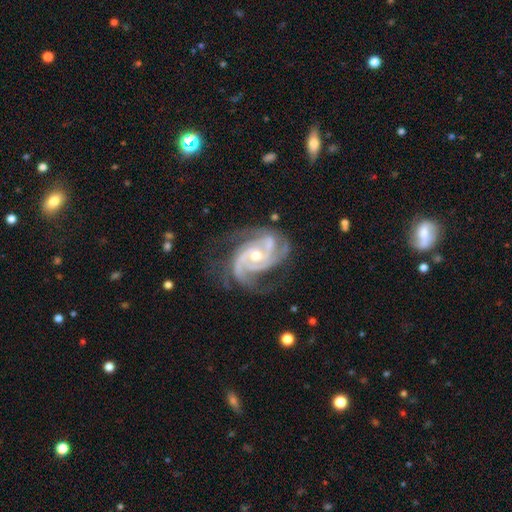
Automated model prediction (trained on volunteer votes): Morphology: type=featured or disk (93%); edge-on=no (98%); bar=no (61%); spiral arms=yes (99%); winding=tight (52%); arm count=3 (57%); bulge=moderate (58%); merging=none (66%).